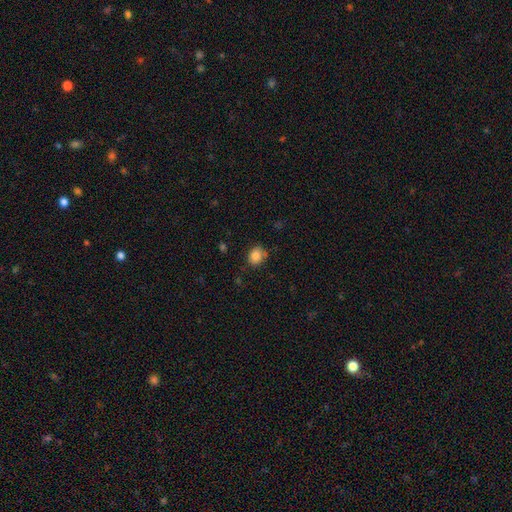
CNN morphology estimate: Overall: smooth (86%). How rounded: round (59%; in between 40%). Merging: none (77%).